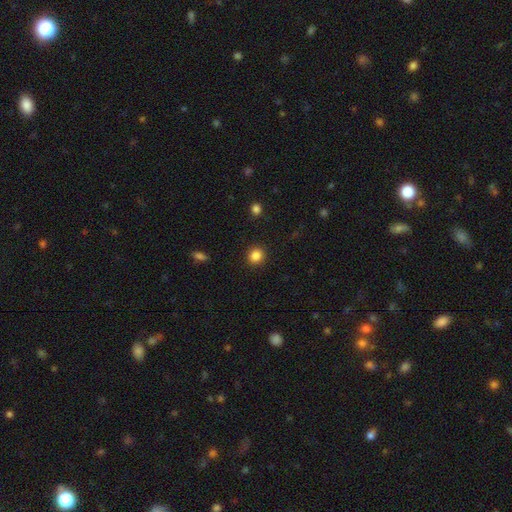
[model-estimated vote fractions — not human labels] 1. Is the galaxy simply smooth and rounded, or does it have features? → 86% smooth, 10% star or artifact, 4% featured or disk.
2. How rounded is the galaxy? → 84% round, 15% in between, 1% cigar-shaped.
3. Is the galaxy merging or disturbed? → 91% none, 6% minor disturbance, 2% major disturbance, 1% merger.